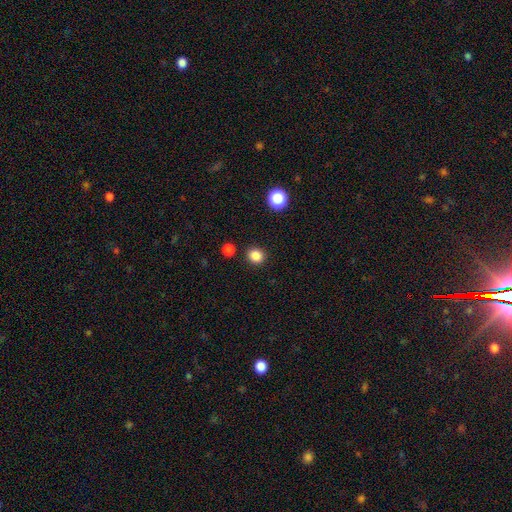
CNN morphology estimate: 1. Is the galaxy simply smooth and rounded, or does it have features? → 85% smooth, 12% star or artifact, 3% featured or disk.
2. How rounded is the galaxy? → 82% round, 17% in between, 1% cigar-shaped.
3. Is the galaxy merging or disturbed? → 89% none, 6% minor disturbance, 3% merger, 2% major disturbance.